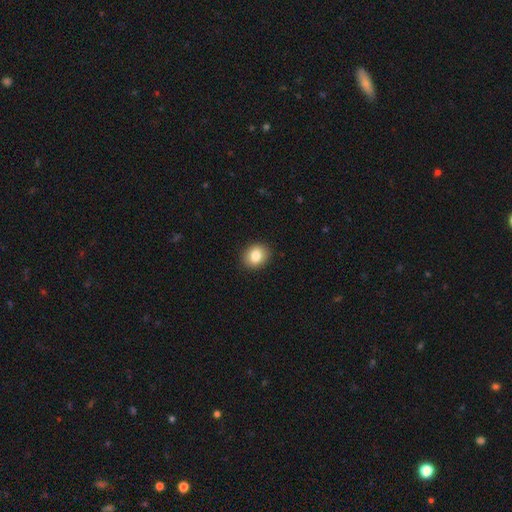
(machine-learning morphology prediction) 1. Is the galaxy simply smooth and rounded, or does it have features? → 84% smooth, 9% star or artifact, 7% featured or disk.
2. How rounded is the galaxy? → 58% round, 41% in between, 1% cigar-shaped.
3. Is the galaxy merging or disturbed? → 90% none, 7% minor disturbance, 2% major disturbance, 1% merger.